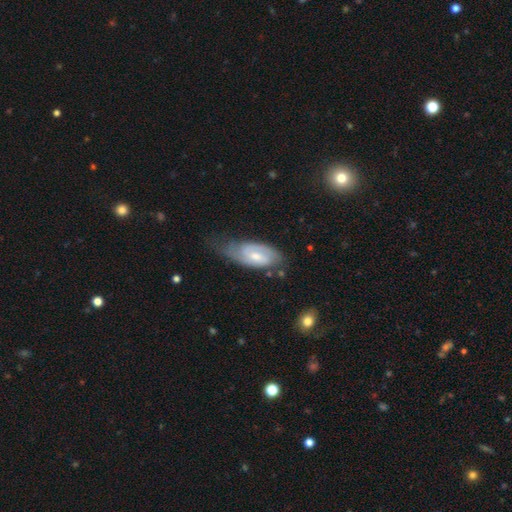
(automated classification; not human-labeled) A featured or disk galaxy (73%) with a weak bar (55%), 2 (71%) tight (43%) spiral arms (92%) and a moderate central bulge (52%). Merging: none (49%).